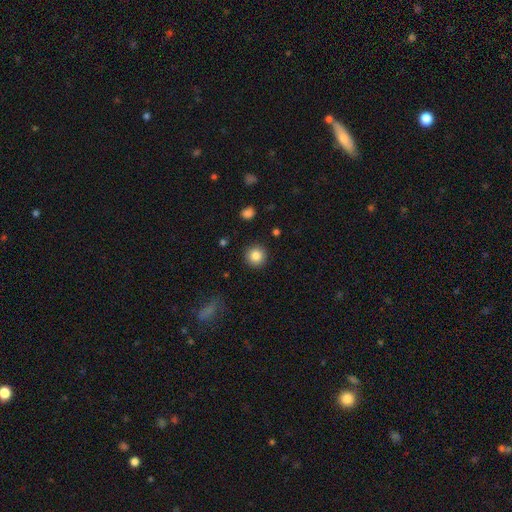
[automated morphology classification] type=smooth (85%); roundness=round (94%); merging=none (91%).